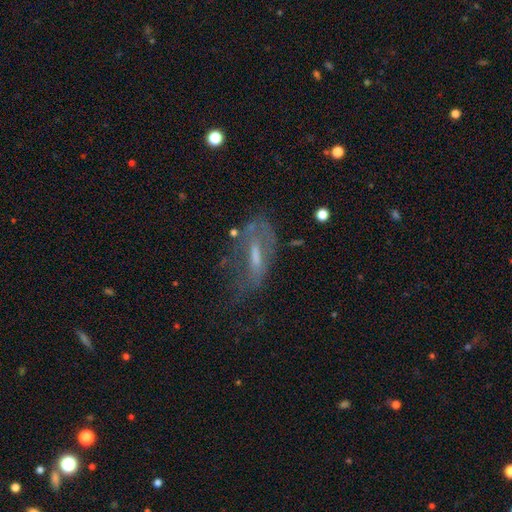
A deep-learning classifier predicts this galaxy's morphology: featured or disk 56%, smooth 32%, star or artifact 12%. Down the decision tree: edge-on disk — no (82%); merging — none (40%).